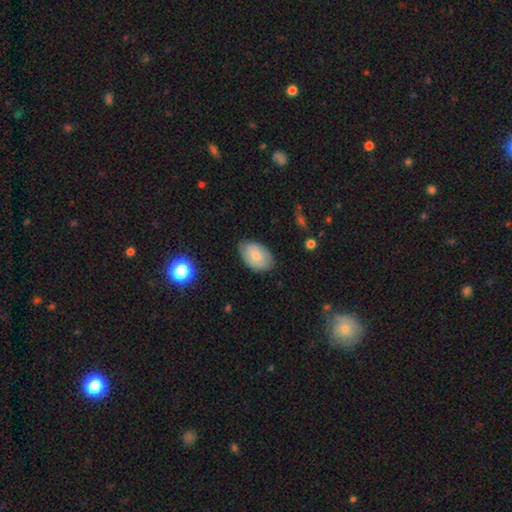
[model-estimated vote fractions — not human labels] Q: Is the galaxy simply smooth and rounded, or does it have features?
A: smooth — 65%.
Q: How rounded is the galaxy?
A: in between — 91%.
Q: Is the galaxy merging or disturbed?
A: none — 75%.